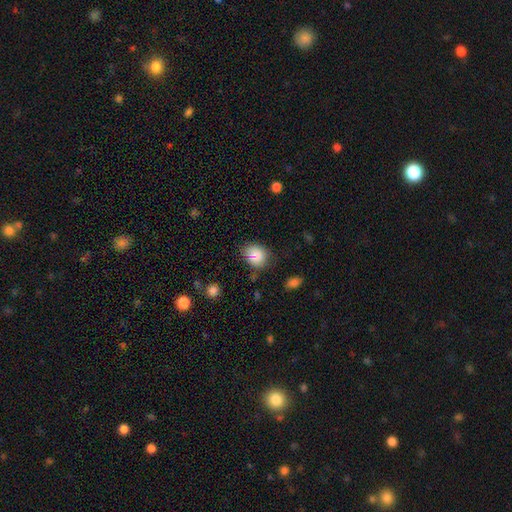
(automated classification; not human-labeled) Smooth or featured: smooth — 84% (star or artifact — 9%)
How rounded: round — 58% (in between — 41%)
Merging: none — 67% (minor disturbance — 24%)